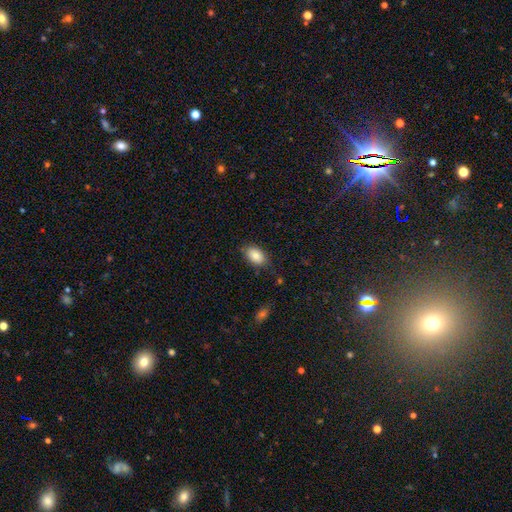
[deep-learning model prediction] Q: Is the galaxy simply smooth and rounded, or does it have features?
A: smooth — 84%.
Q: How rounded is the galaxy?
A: in between — 89%.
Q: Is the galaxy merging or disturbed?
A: none — 79%.